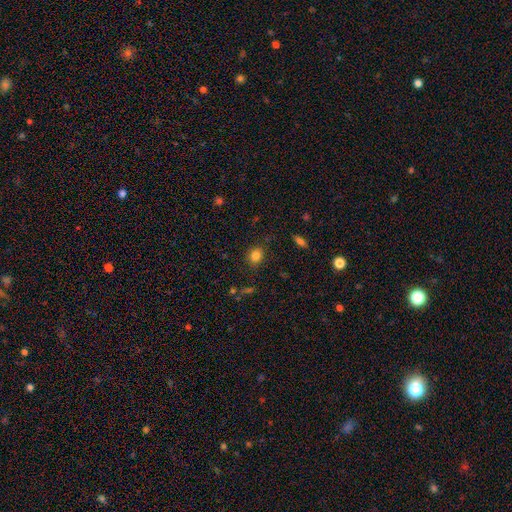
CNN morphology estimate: Q: Smooth or featured?
A: smooth (82%); runner-up: star or artifact (12%)
Q: How rounded?
A: round (63%); runner-up: in between (36%)
Q: Merging?
A: none (84%); runner-up: minor disturbance (11%)